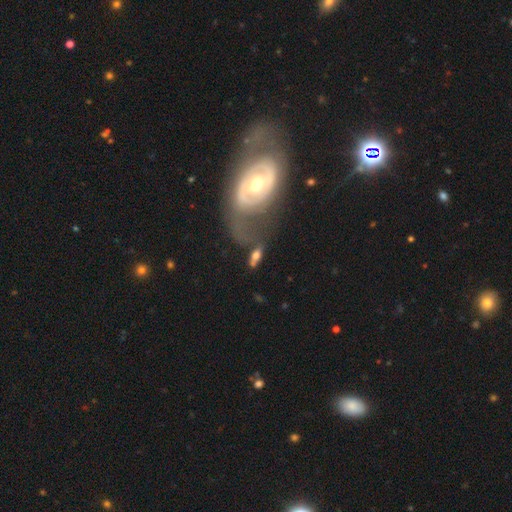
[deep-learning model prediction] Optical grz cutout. It shows a smooth galaxy with no disk features (53%) that is in between round and cigar-shaped (78%). Merging: none (40%).